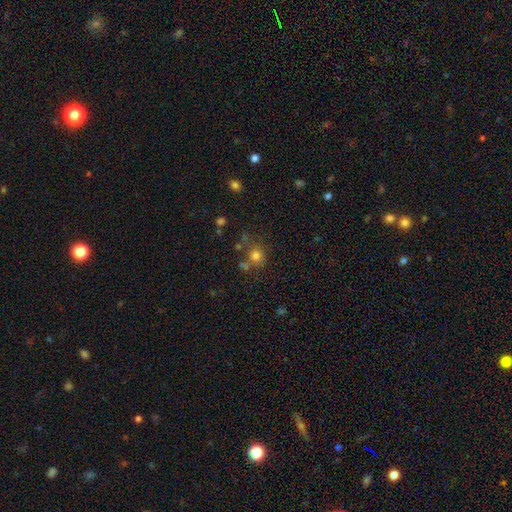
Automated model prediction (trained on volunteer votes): A smooth galaxy with no disk features (75%) that is round (83%).

Vote fractions:
- Smooth or featured? smooth: 75% / star or artifact: 16% / featured or disk: 9%
- How rounded? round: 83% / in between: 16% / cigar-shaped: 1%
- Merging? none: 62% / merger: 18% / minor disturbance: 13% / major disturbance: 6%